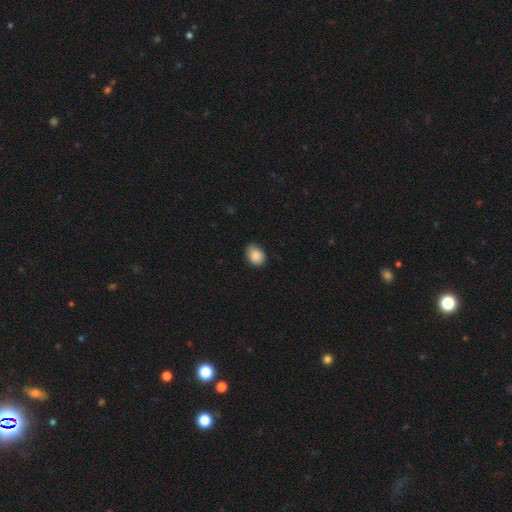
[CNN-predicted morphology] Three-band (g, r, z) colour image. It shows a smooth galaxy with no disk features (88%) that is in between round and cigar-shaped (62%). Merging: none (73%).